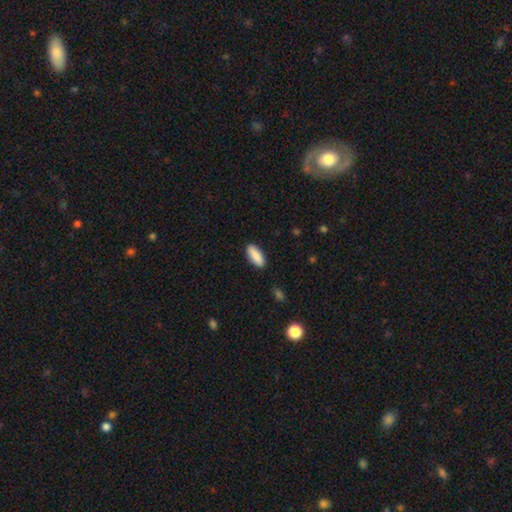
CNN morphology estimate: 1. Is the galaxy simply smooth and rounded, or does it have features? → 89% smooth, 6% star or artifact, 5% featured or disk.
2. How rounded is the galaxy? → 79% in between, 20% cigar-shaped, 2% round.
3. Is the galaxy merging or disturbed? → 88% none, 8% minor disturbance, 2% major disturbance, 1% merger.